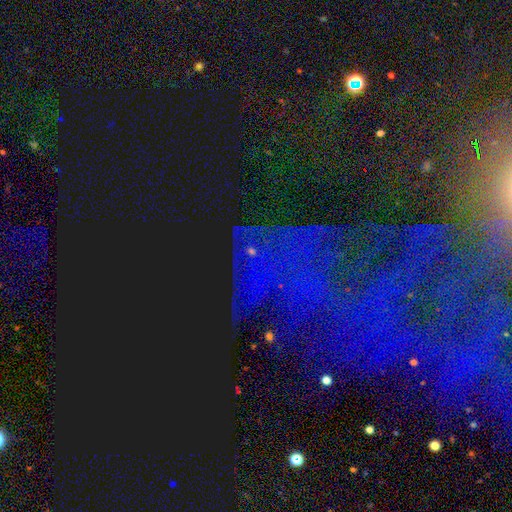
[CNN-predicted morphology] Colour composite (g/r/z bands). It shows a star or artifact, not a galaxy (68%).